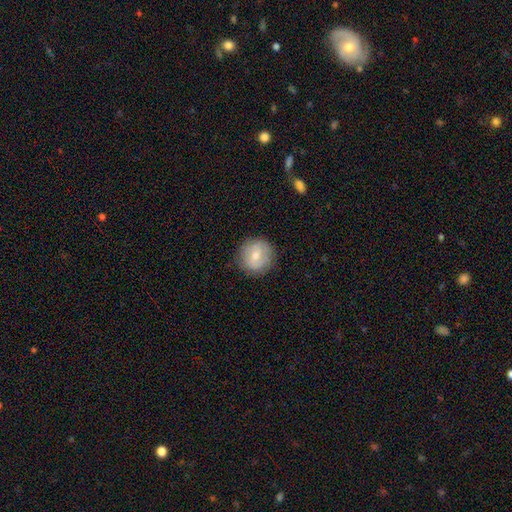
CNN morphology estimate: Overall: smooth (62%; featured or disk 31%). How rounded: round (92%). Merging: none (85%).